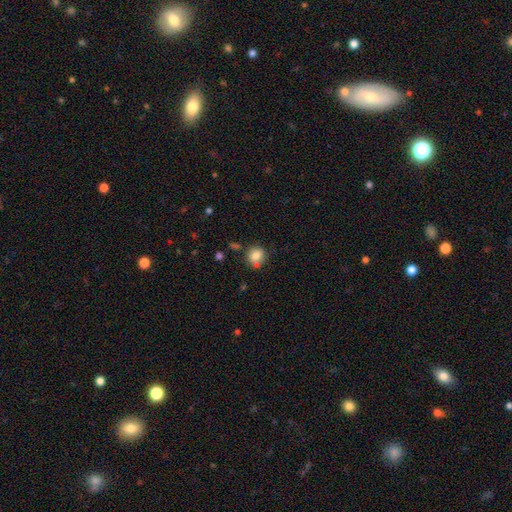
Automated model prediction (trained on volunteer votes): Smooth or featured: smooth — 82% (star or artifact — 10%)
How rounded: round — 81% (in between — 18%)
Merging: none — 67% (minor disturbance — 16%)